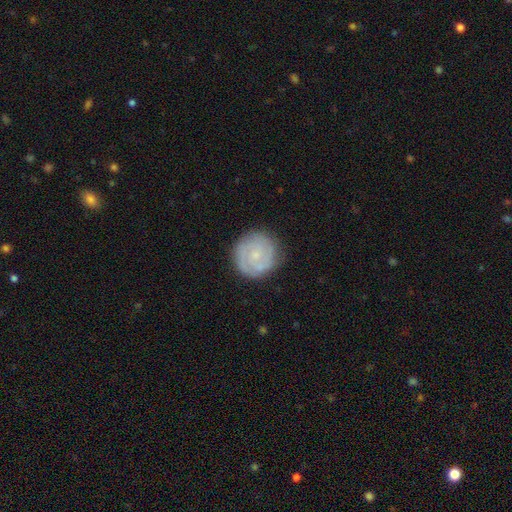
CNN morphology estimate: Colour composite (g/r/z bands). It shows a featured or disk galaxy (67%) with no bar (74%), 2 (38%) tight (70%) spiral arms (90%) and a small central bulge (72%). Merging: none (83%).